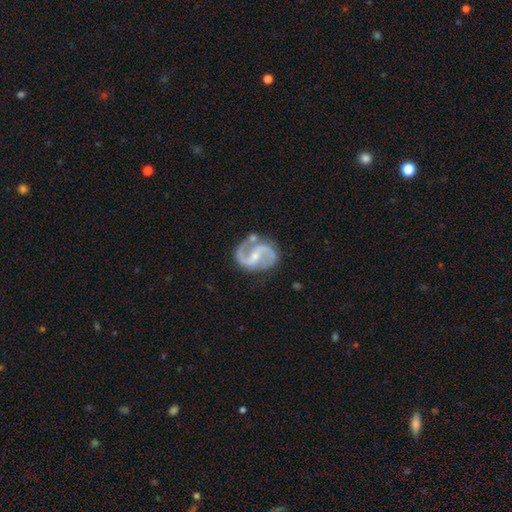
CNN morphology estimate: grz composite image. It shows a featured or disk galaxy (92%) with a weak bar (42%), 2 (94%) medium (59%) spiral arms (98%) and a small central bulge (60%). Merging: none (76%).